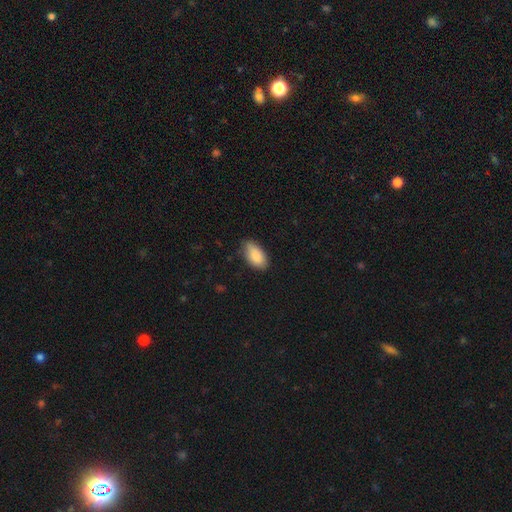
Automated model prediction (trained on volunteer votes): smooth_or_featured: smooth (p=0.85) [alt: featured or disk p=0.08]
how_rounded: in between (p=0.93) [alt: cigar-shaped p=0.03]
merging: none (p=0.79) [alt: minor disturbance p=0.18]